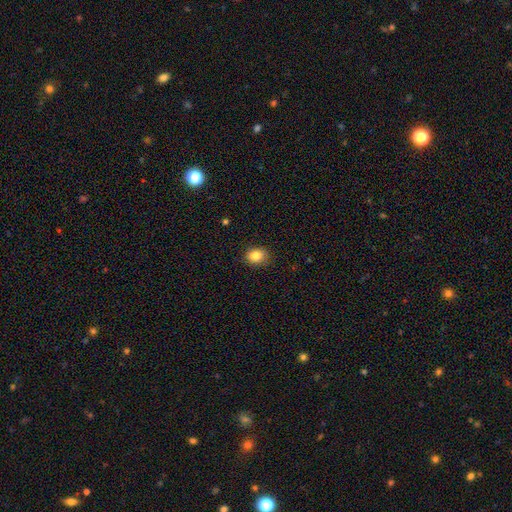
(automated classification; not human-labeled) Smooth or featured? smooth (84%)
How rounded? in between (54%)
Merging? none (88%)